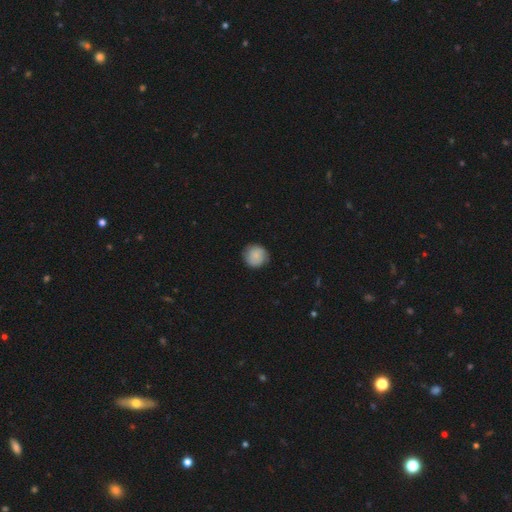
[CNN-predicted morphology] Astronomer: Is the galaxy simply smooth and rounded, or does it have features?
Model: smooth — 82%.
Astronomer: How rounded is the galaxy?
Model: round — 92%.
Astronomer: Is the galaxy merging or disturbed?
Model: none — 84%.